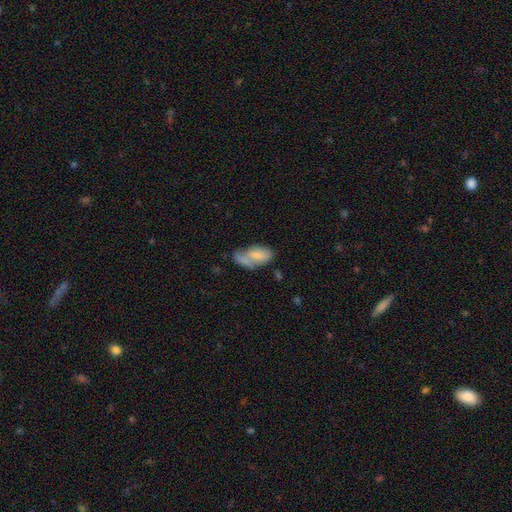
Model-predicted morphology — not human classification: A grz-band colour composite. It shows a smooth galaxy with no disk features (65%) that is in between round and cigar-shaped (90%). Merging: none (32%).